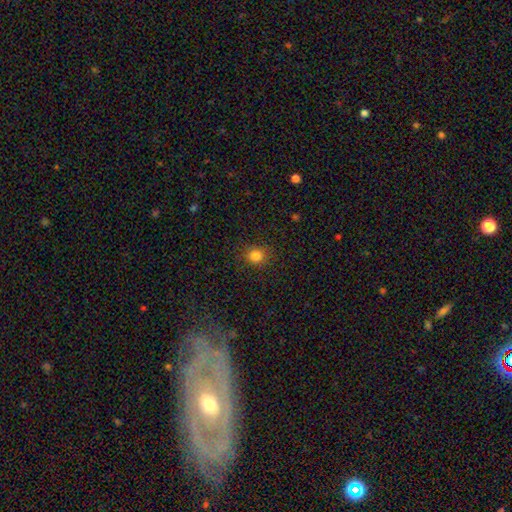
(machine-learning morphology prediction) Smooth or featured?
  - smooth: 82% *
  - star or artifact: 13%
  - featured or disk: 5%
How rounded?
  - round: 83% *
  - in between: 16%
  - cigar-shaped: 1%
Merging?
  - none: 88% *
  - minor disturbance: 8%
  - major disturbance: 3%
  - merger: 1%